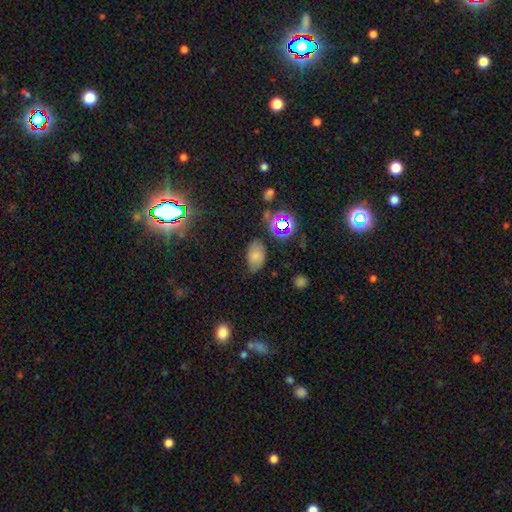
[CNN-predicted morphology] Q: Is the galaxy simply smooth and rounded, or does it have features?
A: smooth — 69%.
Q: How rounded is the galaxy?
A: in between — 90%.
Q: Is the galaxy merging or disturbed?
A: none — 61%.